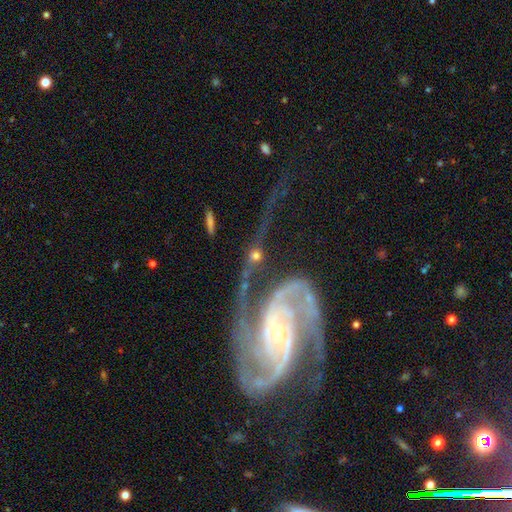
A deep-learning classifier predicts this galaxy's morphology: Smooth or featured? featured or disk (62%)
Edge-on disk? no (79%)
Merging? none (45%)